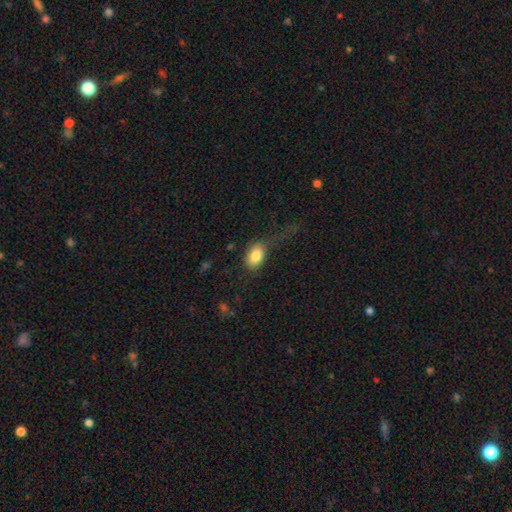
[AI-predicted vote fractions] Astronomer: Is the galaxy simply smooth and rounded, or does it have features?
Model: smooth — 84%.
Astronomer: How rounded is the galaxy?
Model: in between — 86%.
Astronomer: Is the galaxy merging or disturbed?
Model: none — 52%.